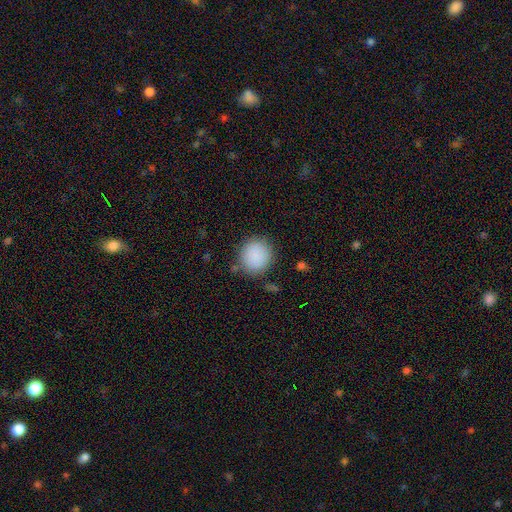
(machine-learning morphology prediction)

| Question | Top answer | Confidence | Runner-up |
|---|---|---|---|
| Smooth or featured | smooth | 88% | star or artifact (8%) |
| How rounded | round | 87% | in between (12%) |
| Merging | none | 82% | minor disturbance (11%) |